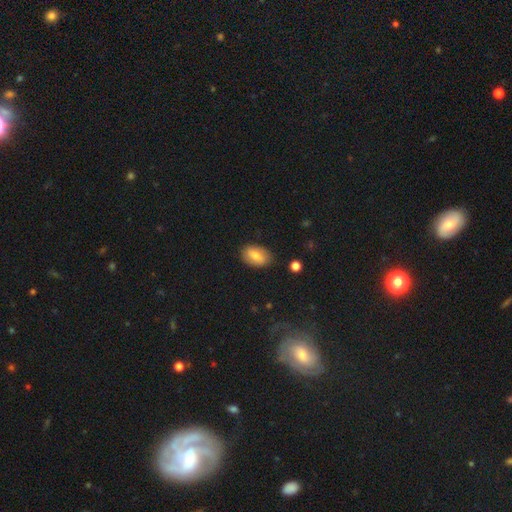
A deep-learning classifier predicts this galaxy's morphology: Smooth or featured: smooth — 76% (featured or disk — 17%)
How rounded: in between — 89% (round — 9%)
Merging: none — 83% (minor disturbance — 12%)